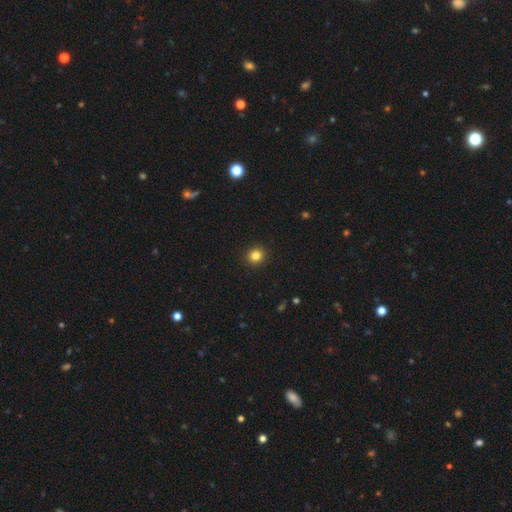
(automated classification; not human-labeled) Smooth or featured?
  - smooth: 83% *
  - star or artifact: 12%
  - featured or disk: 5%
How rounded?
  - round: 91% *
  - in between: 8%
  - cigar-shaped: 1%
Merging?
  - none: 93% *
  - minor disturbance: 4%
  - major disturbance: 1%
  - merger: 1%